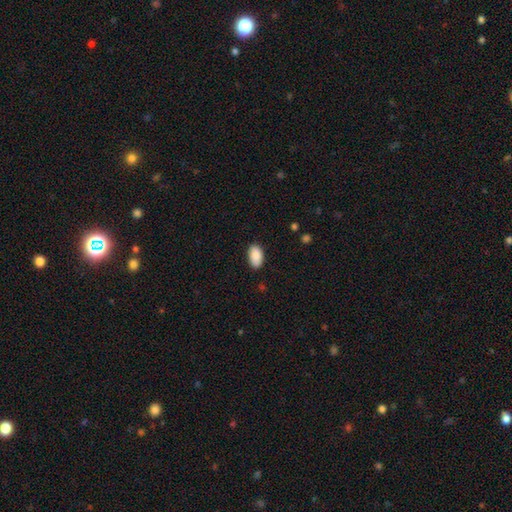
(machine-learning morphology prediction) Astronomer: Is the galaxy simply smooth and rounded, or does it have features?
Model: smooth — 89%.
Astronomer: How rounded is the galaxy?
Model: in between — 95%.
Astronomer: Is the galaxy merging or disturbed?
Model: none — 86%.